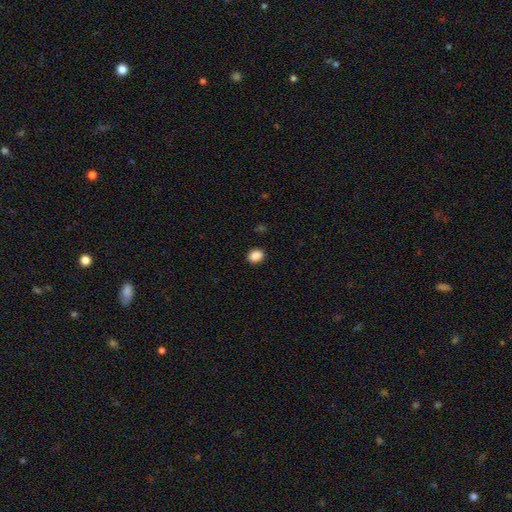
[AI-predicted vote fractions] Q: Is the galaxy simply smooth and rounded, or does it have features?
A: smooth — 89%.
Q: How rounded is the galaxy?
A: in between — 53%.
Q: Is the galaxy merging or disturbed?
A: none — 90%.